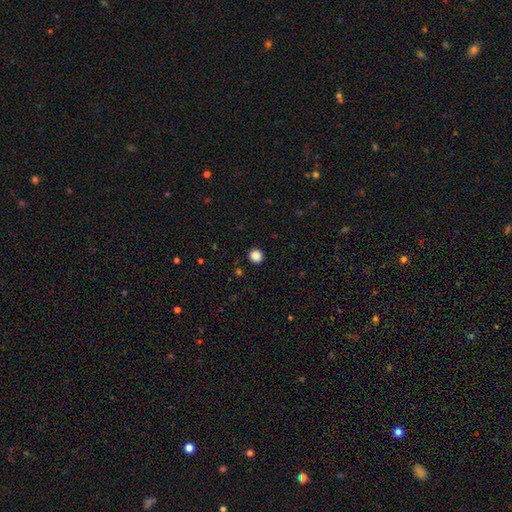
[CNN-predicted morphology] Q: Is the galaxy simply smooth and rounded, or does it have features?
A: smooth — 87%.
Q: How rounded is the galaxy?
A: round — 92%.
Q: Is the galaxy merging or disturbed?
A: none — 93%.